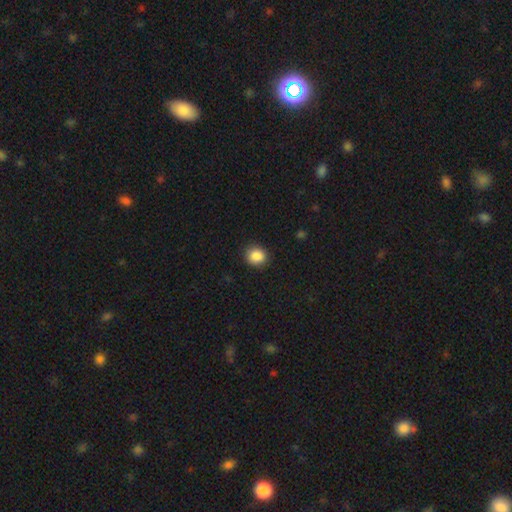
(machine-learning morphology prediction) A smooth galaxy with no disk features (88%) that is round (76%). Merging: none (89%).